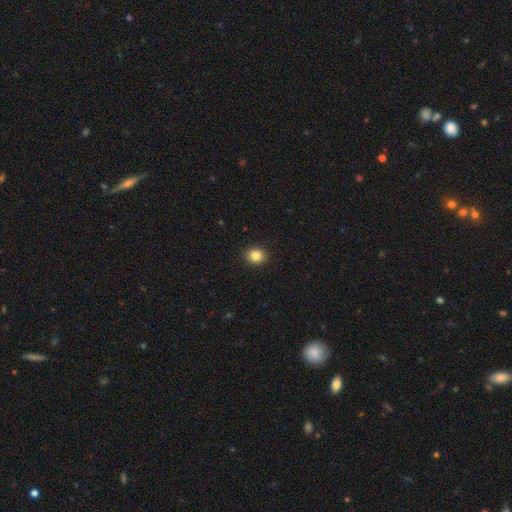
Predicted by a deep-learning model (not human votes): This is clearly a smooth galaxy (84%). How rounded: likely round (67%). Merging: clearly none (91%).